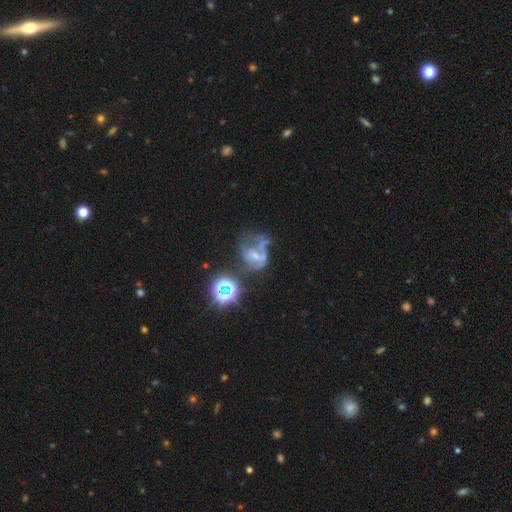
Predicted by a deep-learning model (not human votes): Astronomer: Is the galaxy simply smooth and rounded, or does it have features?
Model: featured or disk — 48% (runner-up: smooth, 26%).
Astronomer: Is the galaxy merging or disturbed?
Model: major disturbance — 43% (runner-up: none, 22%).